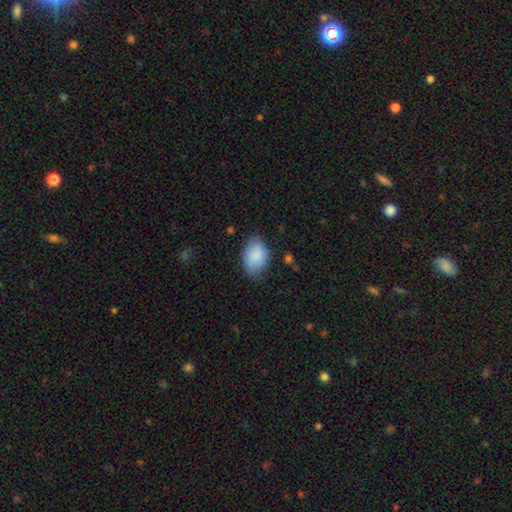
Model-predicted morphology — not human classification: Smooth or featured: smooth — 87% (featured or disk — 7%)
How rounded: in between — 86% (round — 13%)
Merging: none — 69% (minor disturbance — 25%)